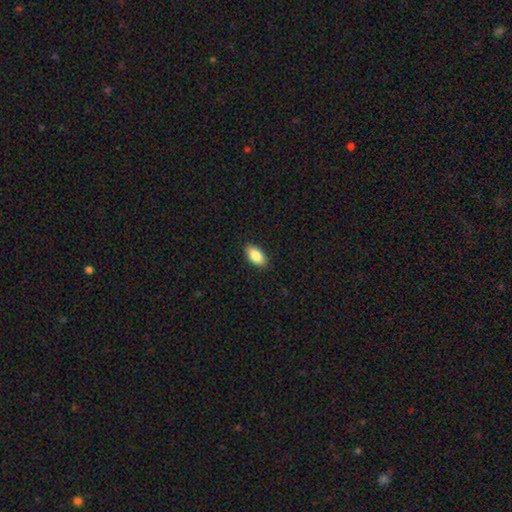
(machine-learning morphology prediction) smooth-or-featured: smooth: 86% | featured or disk: 7% | star or artifact: 7%
  how-rounded: in between: 93% | cigar-shaped: 4% | round: 3%
  merging: none: 90% | minor disturbance: 8% | major disturbance: 2% | merger: 1%